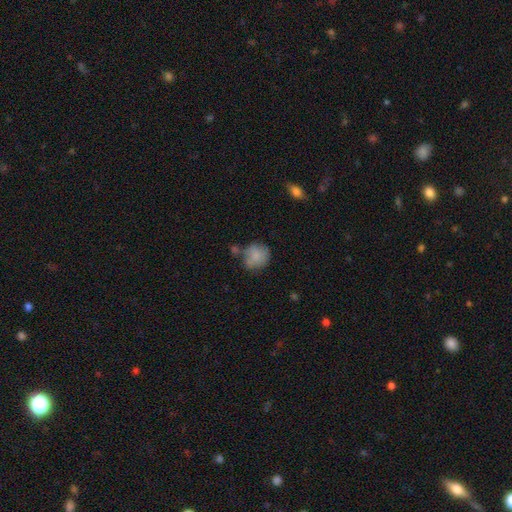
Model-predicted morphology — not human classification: smooth 79%, featured or disk 13%, star or artifact 8%. Down the decision tree: how rounded — round (82%); merging — none (56%).